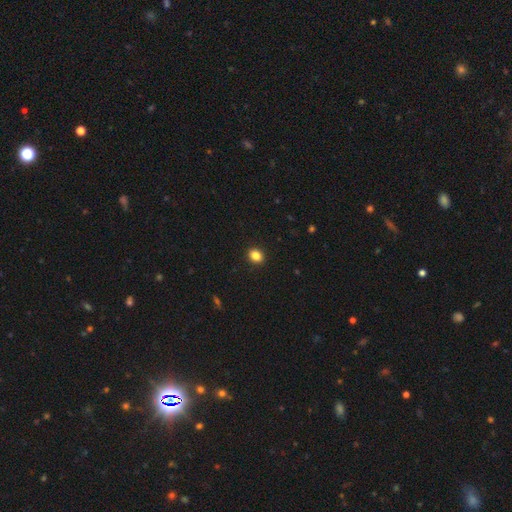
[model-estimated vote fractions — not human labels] Smooth or featured? Predicted: smooth (p=0.85). How rounded? Predicted: round (p=0.57). Merging? Predicted: none (p=0.92).